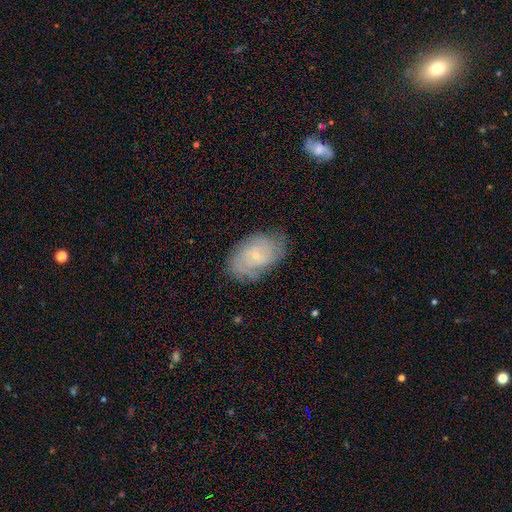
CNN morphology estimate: Smooth or featured? featured or disk (71%)
Edge-on disk? no (96%)
Bar? no (64%)
Spiral arms? yes (91%)
Spiral winding? tight (61%)
Spiral arm count? can't tell (42%)
Bulge size? small (80%)
Merging? none (73%)